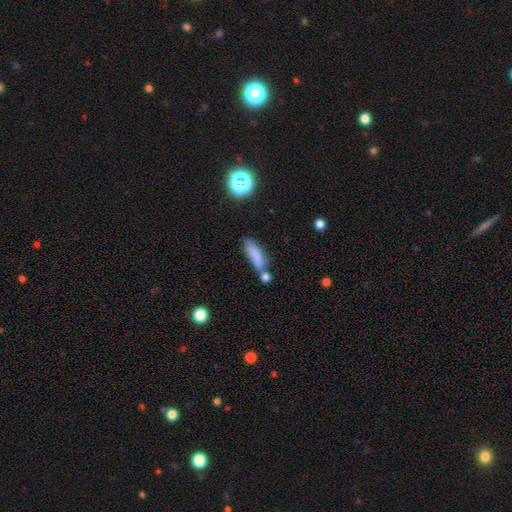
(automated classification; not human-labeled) This is likely a smooth galaxy (77%). How rounded: possibly cigar-shaped (57%). Merging: possibly none (50%).